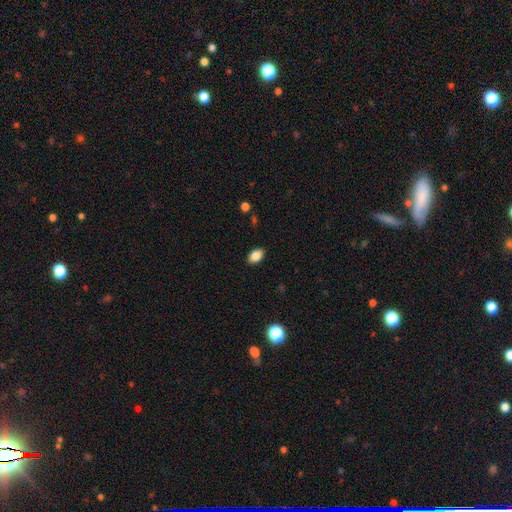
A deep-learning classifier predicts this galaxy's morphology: Overall: smooth (86%). How rounded: in between (88%). Merging: none (87%).